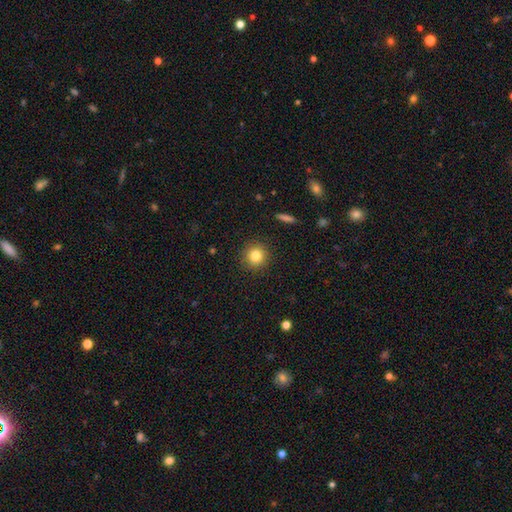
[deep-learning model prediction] Smooth or featured?
  - smooth: 82% *
  - star or artifact: 11%
  - featured or disk: 7%
How rounded?
  - round: 93% *
  - in between: 6%
  - cigar-shaped: 1%
Merging?
  - none: 90% *
  - minor disturbance: 7%
  - major disturbance: 2%
  - merger: 1%